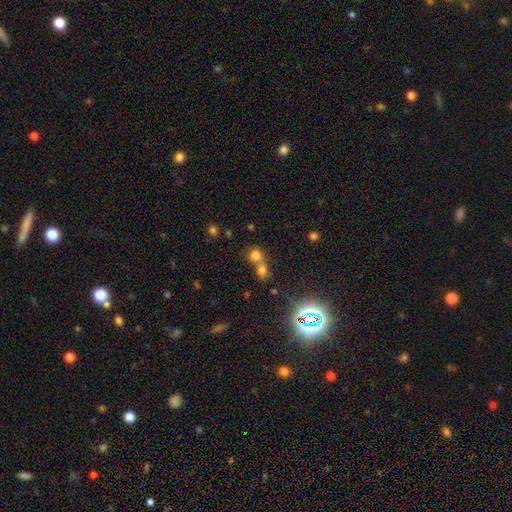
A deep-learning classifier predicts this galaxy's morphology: This appears to be a smooth galaxy with no disk features (72%) that is round (78%). Merging: merger (52%).